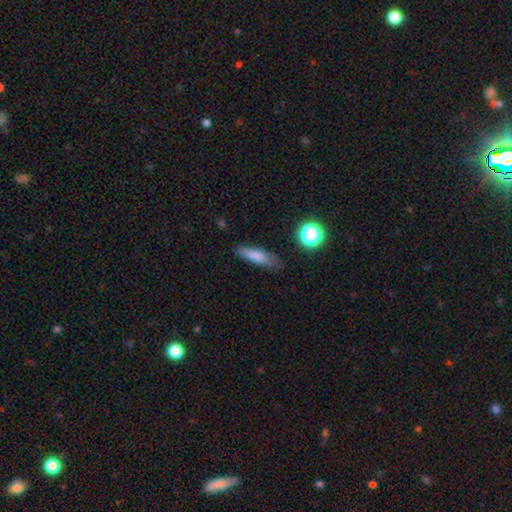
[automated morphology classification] Smooth or featured? smooth (79%)
How rounded? cigar-shaped (62%)
Merging? none (76%)